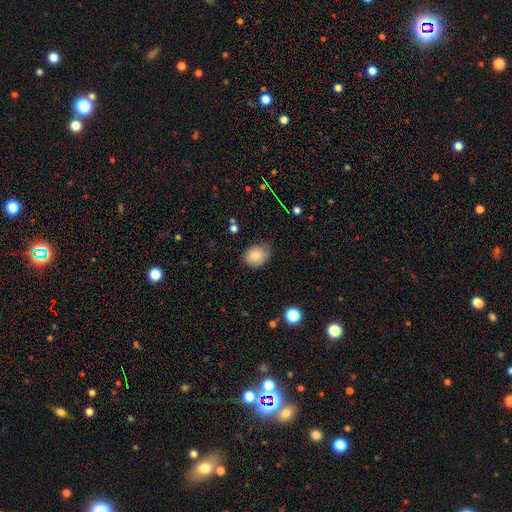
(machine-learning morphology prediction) smooth 79%, featured or disk 12%, star or artifact 9%. Down the decision tree: how rounded — in between (55%); merging — none (65%).